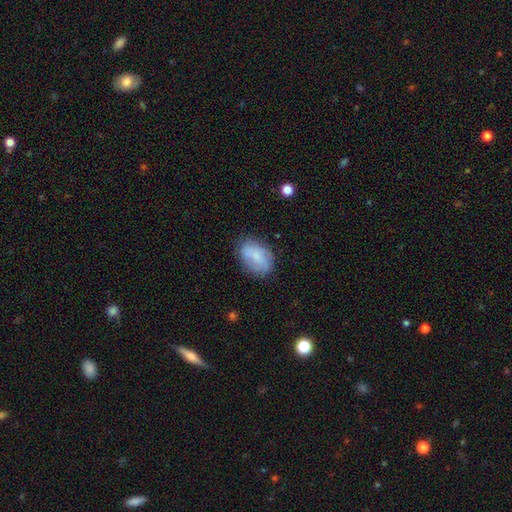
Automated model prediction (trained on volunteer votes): A smooth galaxy with no disk features (67%) that is in between round and cigar-shaped (81%). Merging: none (67%).